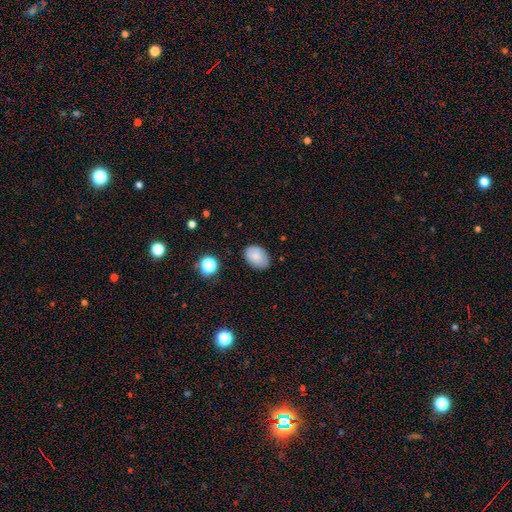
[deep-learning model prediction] smooth 83%, star or artifact 8%, featured or disk 8%. Down the decision tree: how rounded — in between (81%); merging — none (81%).